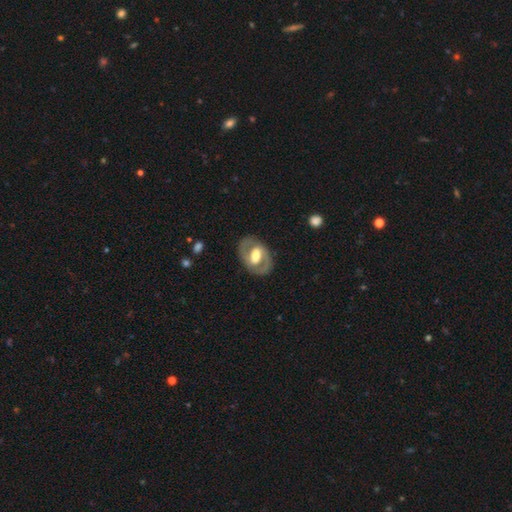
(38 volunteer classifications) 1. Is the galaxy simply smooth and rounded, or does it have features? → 68% featured or disk, 29% smooth, 3% star or artifact.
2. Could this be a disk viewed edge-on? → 100% no, 0% yes.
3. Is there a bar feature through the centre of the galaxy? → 38% strong (tied), 38% weak (tied), 23% no.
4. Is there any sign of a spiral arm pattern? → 65% no, 35% yes.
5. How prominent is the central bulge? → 54% moderate, 31% large, 8% small, 4% dominant, 4% none.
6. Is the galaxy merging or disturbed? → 84% none, 11% major disturbance, 5% minor disturbance, 0% merger.